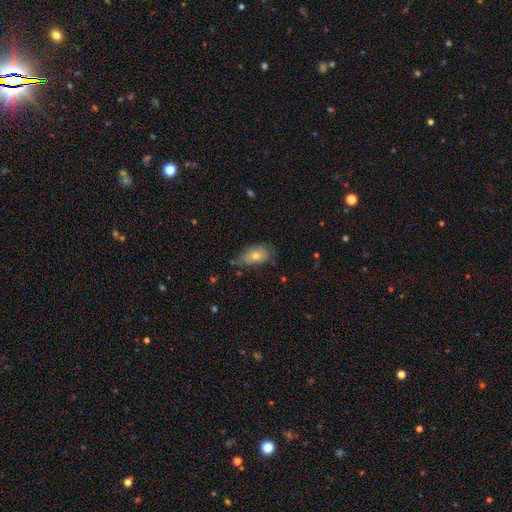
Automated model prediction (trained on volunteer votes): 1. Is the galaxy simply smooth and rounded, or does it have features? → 61% smooth, 28% featured or disk, 11% star or artifact.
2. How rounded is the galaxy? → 86% in between, 10% round, 4% cigar-shaped.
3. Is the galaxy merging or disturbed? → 57% none, 31% minor disturbance, 8% major disturbance, 3% merger.